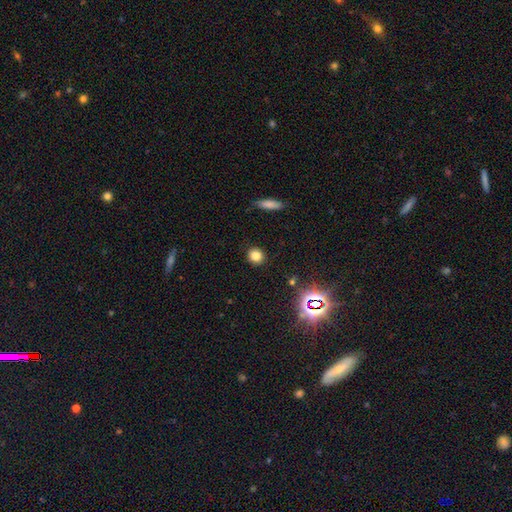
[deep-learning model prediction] This appears to be a smooth galaxy with no disk features (79%) that is round (84%). Merging: none (89%).